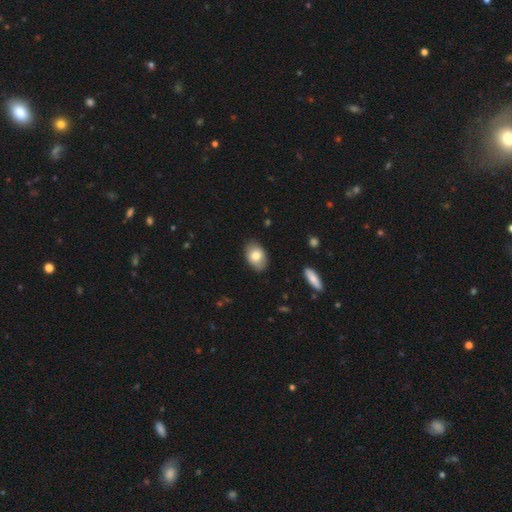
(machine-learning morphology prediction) This appears to be a smooth galaxy with no disk features (79%) that is in between round and cigar-shaped (87%). Merging: none (84%).